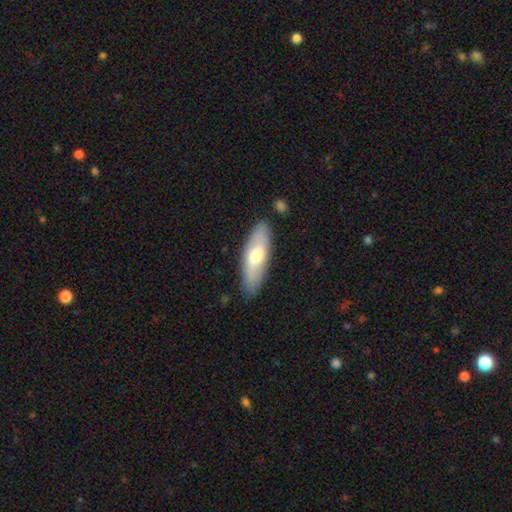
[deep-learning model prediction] Smooth or featured?
  - smooth: 57% *
  - featured or disk: 38%
  - star or artifact: 6%
How rounded?
  - in between: 55% *
  - cigar-shaped: 42%
  - round: 2%
Merging?
  - none: 84% *
  - minor disturbance: 11%
  - major disturbance: 2%
  - merger: 2%